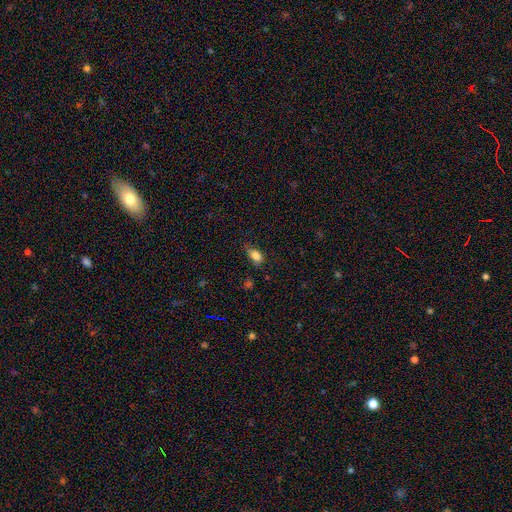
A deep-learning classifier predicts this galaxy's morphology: Q: Smooth or featured?
A: smooth (82%); runner-up: star or artifact (10%)
Q: How rounded?
A: in between (83%); runner-up: round (12%)
Q: Merging?
A: none (61%); runner-up: minor disturbance (29%)